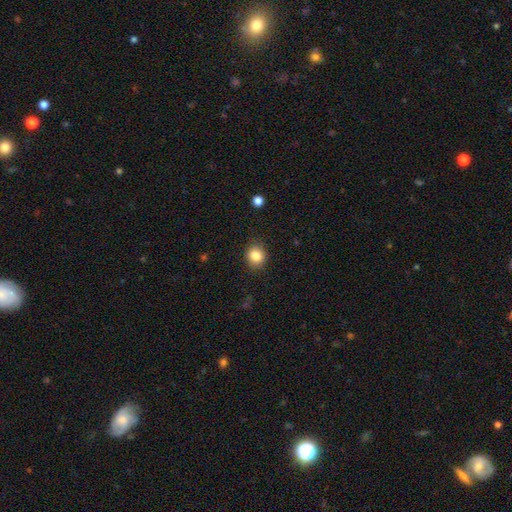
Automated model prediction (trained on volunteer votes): Smooth or featured: smooth — 84% (star or artifact — 10%)
How rounded: round — 77% (in between — 22%)
Merging: none — 87% (minor disturbance — 10%)